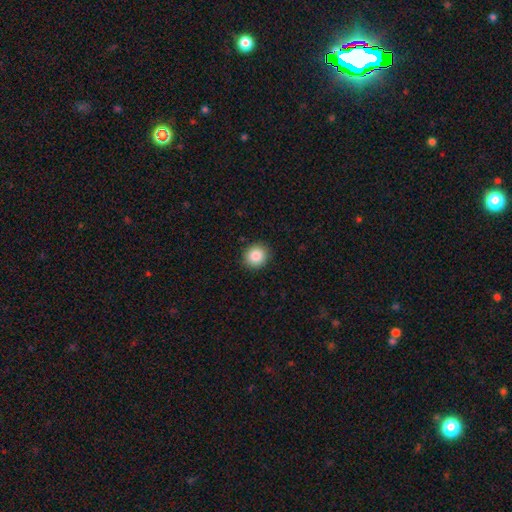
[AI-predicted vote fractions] The model was most divided on "how rounded": round: 87%, in between: 12%, cigar-shaped: 1%. More confident: merging — none (91%); smooth or featured — smooth (87%).